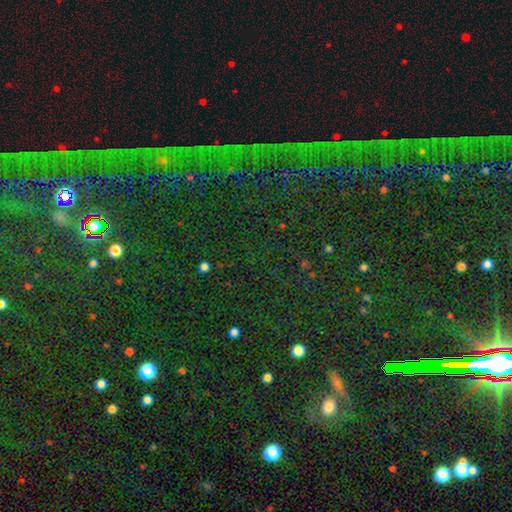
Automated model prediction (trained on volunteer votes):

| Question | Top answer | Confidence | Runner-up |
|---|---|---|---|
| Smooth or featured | star or artifact | 80% | smooth (12%) |